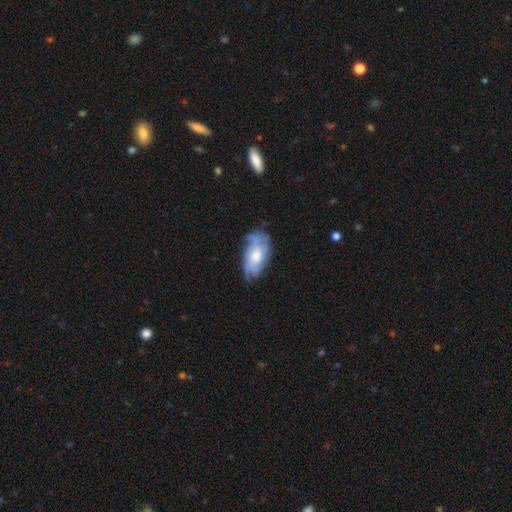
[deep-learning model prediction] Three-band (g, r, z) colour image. It shows a featured or disk galaxy (61%) with no bar (75%), spiral arms (79%) and a moderate central bulge (56%). Merging: none (60%).